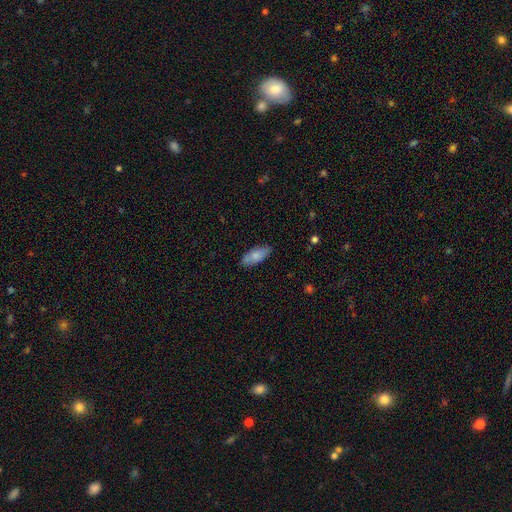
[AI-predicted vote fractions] This is likely a smooth galaxy (79%). How rounded: likely in between (80%). Merging: clearly none (83%).